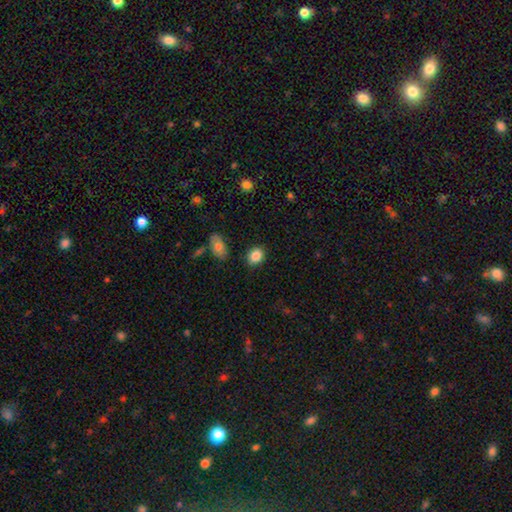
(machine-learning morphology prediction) Overall: smooth (86%). How rounded: in between (50%; round 48%). Merging: none (87%).